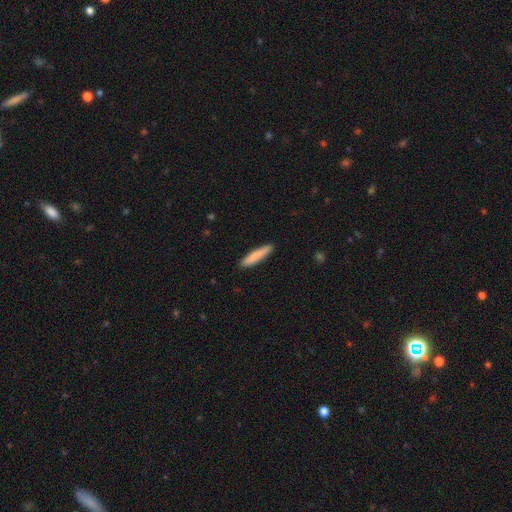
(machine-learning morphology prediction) Overall: smooth (84%). How rounded: cigar-shaped (90%). Merging: none (91%).